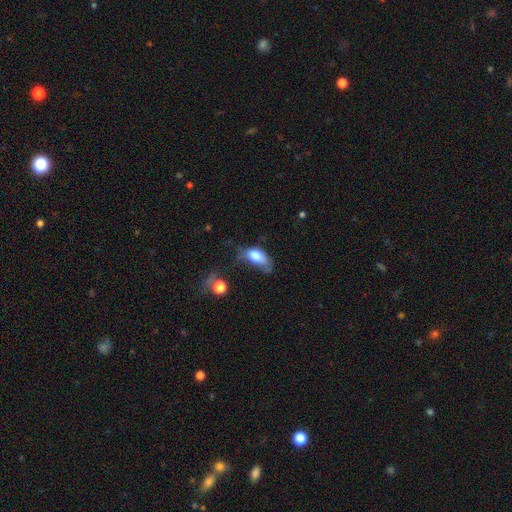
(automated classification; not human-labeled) A smooth galaxy with no disk features (73%) that is in between round and cigar-shaped (89%). Merging: major disturbance (35%).